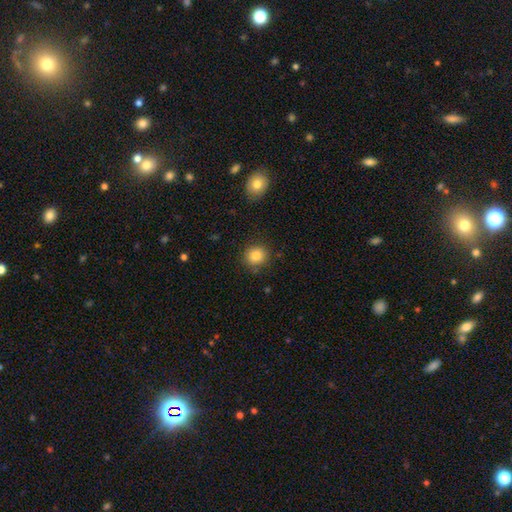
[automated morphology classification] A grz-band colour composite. It shows a smooth galaxy with no disk features (84%) that is round (82%). Merging: none (86%).